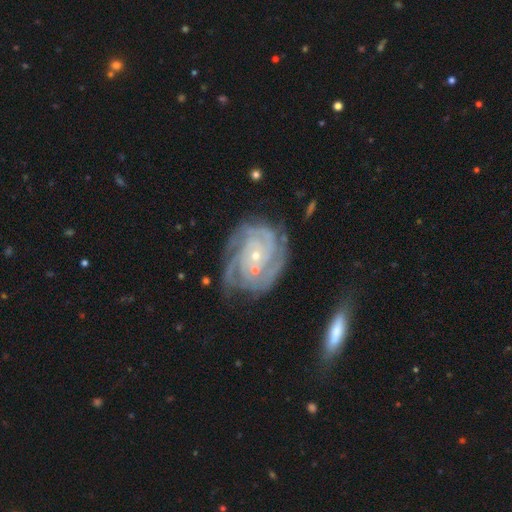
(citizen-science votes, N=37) A featured or disk galaxy (92%) with no bar (79%), 3 (59%) tight (65%) spiral arms (100%) and a small central bulge (71%).

Vote fractions:
- Smooth or featured? featured or disk: 92% / smooth: 5% / star or artifact: 3%
- Edge-on disk? no: 100% / yes: 0%
- Bar? no: 79% / weak: 15% / strong: 6%
- Spiral arms? yes: 100% / no: 0%
- Spiral winding? tight: 65% / medium: 29% / loose: 6%
- Spiral arm count? 3: 59% / 4: 21% / can't tell: 12% / 2: 6% / more than 4: 3% / 1: 0%
- Bulge size? small: 71% / moderate: 21% / none: 6% / large: 3% / dominant: 0%
- Merging? none: 64% / minor disturbance: 17% / major disturbance: 14% / merger: 6%